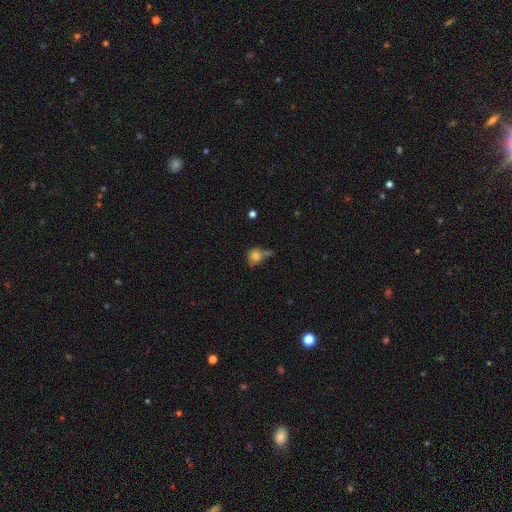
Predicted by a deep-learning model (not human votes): The model was most divided on "merging": none: 41%, minor disturbance: 24%, merger: 23%, major disturbance: 13%. More confident: smooth or featured — smooth (75%); how rounded — round (74%).